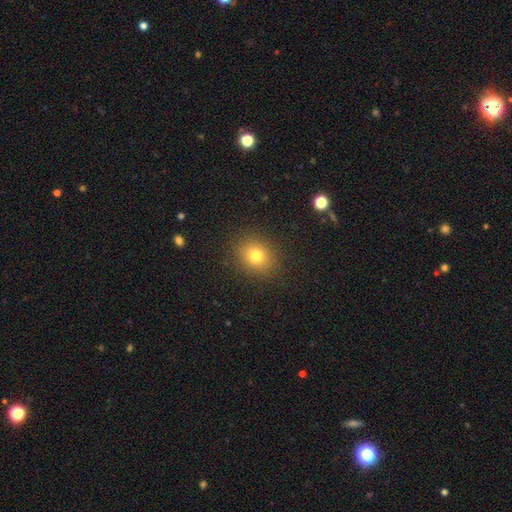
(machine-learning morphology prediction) type=smooth (78%); roundness=round (73%); merging=none (89%).